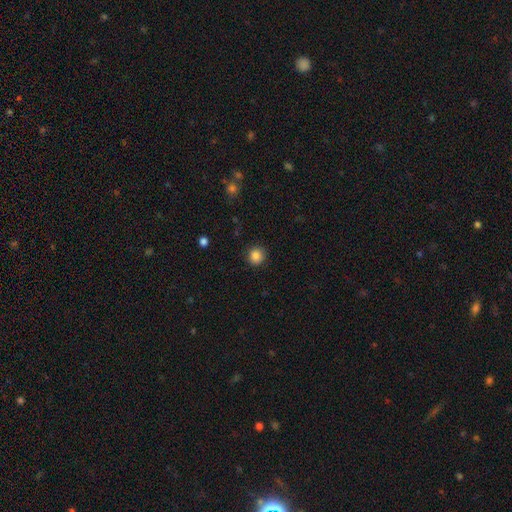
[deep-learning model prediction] smooth 86%, star or artifact 10%, featured or disk 3%. Down the decision tree: how rounded — round (91%); merging — none (89%).